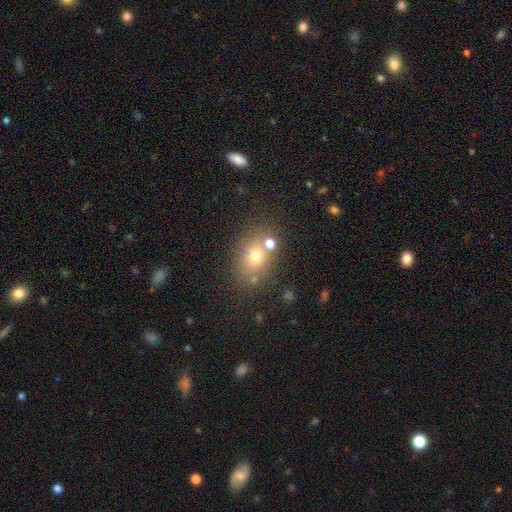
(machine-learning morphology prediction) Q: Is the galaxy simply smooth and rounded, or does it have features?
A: smooth — 67%.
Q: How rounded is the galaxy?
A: in between — 54%.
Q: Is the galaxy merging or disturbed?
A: none — 68%.